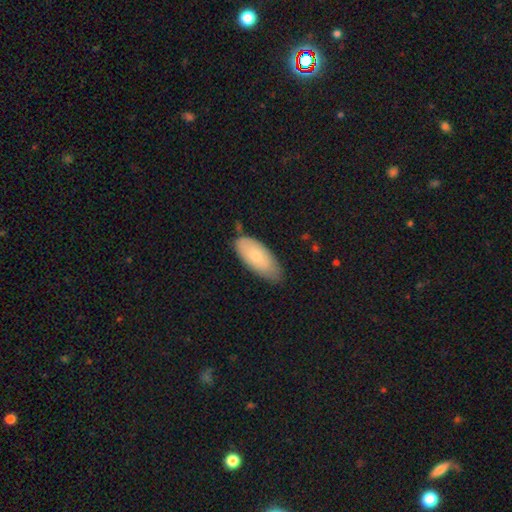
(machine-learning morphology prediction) smooth-or-featured: smooth: 74% | featured or disk: 19% | star or artifact: 6%
  how-rounded: in between: 88% | cigar-shaped: 10% | round: 2%
  merging: none: 62% | minor disturbance: 30% | major disturbance: 5% | merger: 3%